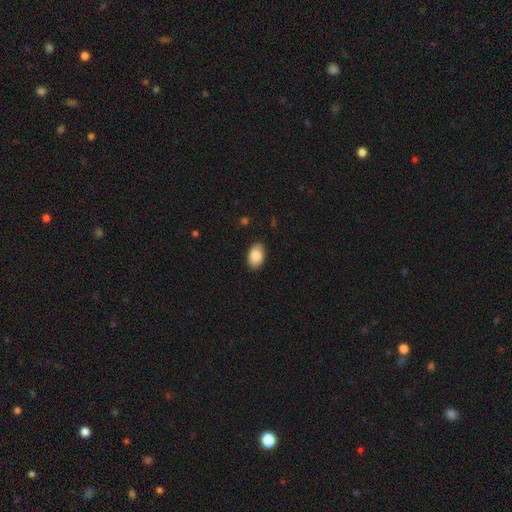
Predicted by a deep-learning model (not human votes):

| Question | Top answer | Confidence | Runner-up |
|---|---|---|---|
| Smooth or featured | smooth | 88% | star or artifact (7%) |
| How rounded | in between | 90% | round (9%) |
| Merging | none | 86% | minor disturbance (11%) |